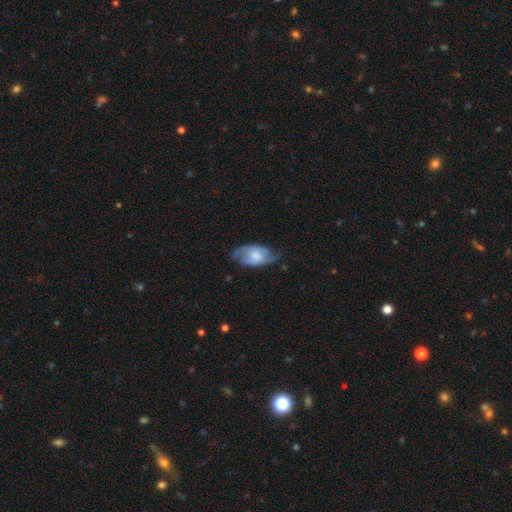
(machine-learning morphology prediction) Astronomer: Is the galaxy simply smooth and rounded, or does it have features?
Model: featured or disk — 54% (runner-up: smooth, 40%).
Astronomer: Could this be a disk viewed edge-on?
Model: no — 91%.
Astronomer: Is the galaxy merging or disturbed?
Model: none — 58%.